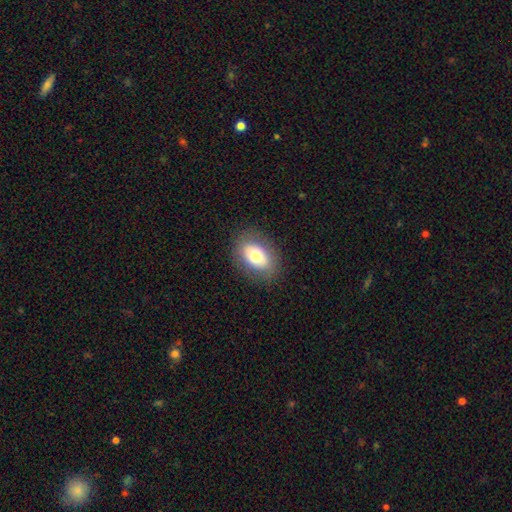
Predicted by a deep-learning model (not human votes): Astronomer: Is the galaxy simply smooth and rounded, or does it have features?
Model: smooth — 71%.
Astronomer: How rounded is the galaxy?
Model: in between — 84%.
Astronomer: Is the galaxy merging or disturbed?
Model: none — 85%.